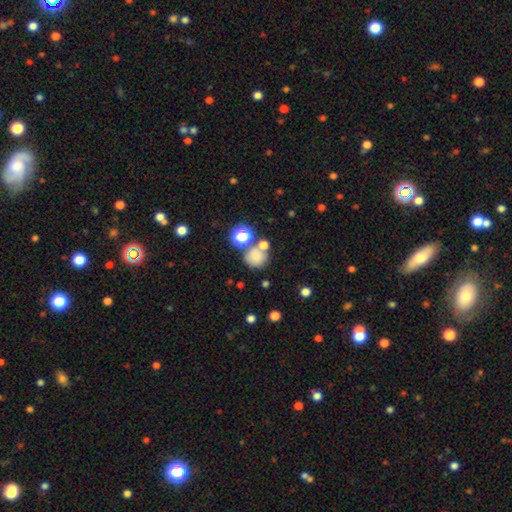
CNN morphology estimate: smooth 74%, star or artifact 17%, featured or disk 10%. Down the decision tree: how rounded — round (86%); merging — none (57%).